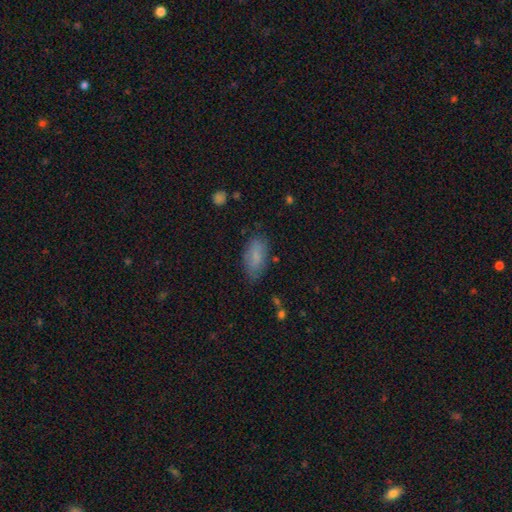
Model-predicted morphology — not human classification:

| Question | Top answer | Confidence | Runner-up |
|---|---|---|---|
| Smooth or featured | smooth | 80% | featured or disk (13%) |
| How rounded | in between | 90% | cigar-shaped (8%) |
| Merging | none | 76% | minor disturbance (18%) |